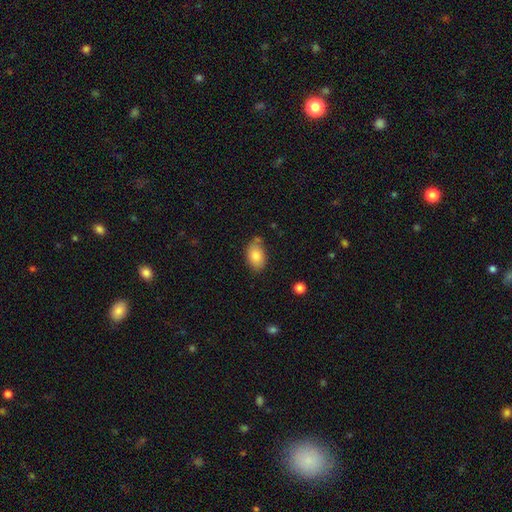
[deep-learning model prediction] Overall: smooth (84%). How rounded: in between (90%). Merging: none (74%).